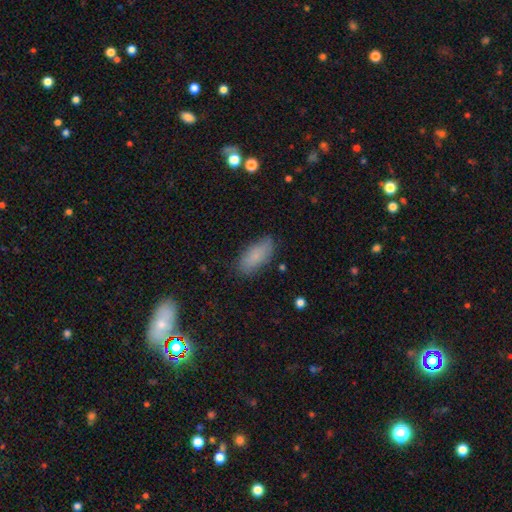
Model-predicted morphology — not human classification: Smooth or featured?
  - smooth: 81% *
  - featured or disk: 11%
  - star or artifact: 8%
How rounded?
  - in between: 87% *
  - cigar-shaped: 10%
  - round: 3%
Merging?
  - none: 80% *
  - minor disturbance: 15%
  - major disturbance: 4%
  - merger: 2%